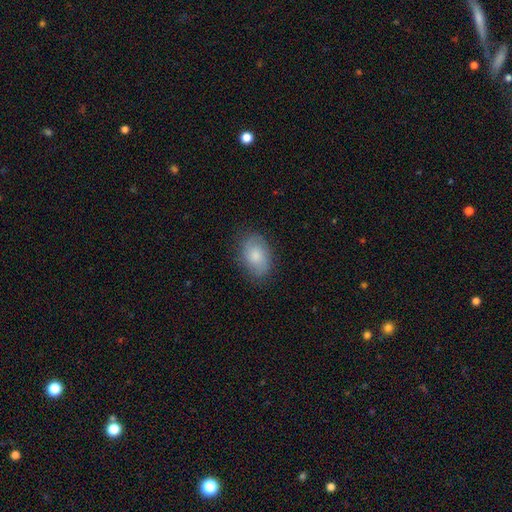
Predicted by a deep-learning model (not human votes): Overall: smooth (69%). How rounded: in between (86%). Merging: none (79%).